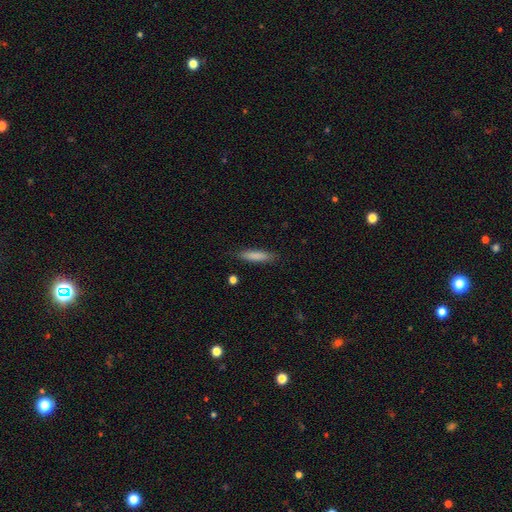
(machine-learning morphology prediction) Overall: smooth (83%). How rounded: cigar-shaped (80%). Merging: none (86%).